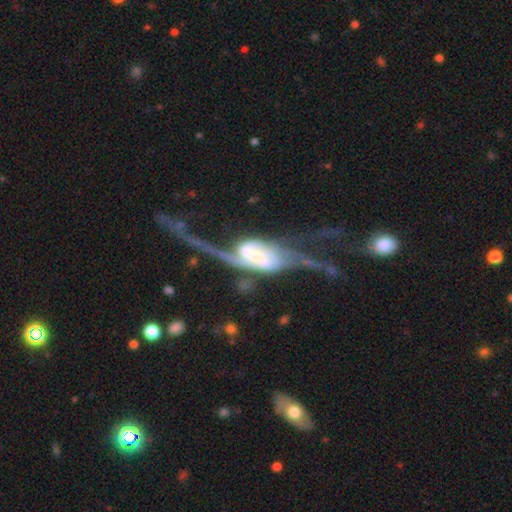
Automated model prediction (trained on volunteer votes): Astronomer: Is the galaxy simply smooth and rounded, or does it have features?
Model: featured or disk — 85%.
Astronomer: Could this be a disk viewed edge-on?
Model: no — 93%.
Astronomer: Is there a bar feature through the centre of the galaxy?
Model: strong — 38% (runner-up: weak, 37%).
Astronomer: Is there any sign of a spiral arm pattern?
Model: yes — 92%.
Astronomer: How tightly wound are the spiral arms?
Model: loose — 73%.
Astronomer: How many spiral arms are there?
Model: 2 — 84%.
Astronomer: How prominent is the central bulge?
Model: small — 38% (runner-up: moderate, 30%).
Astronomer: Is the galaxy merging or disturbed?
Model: major disturbance — 50% (runner-up: none, 25%).